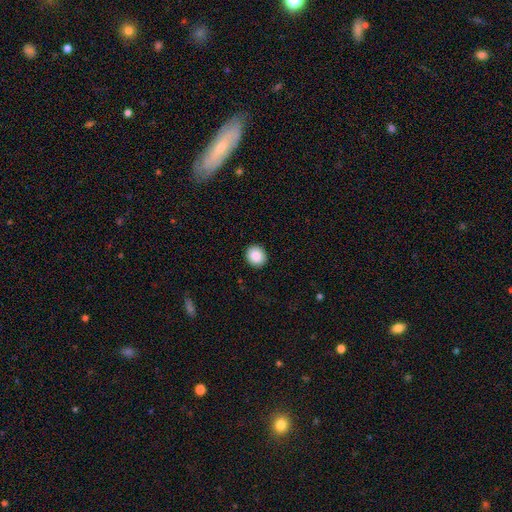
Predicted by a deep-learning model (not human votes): smooth 89%, star or artifact 8%, featured or disk 3%. Down the decision tree: how rounded — round (82%); merging — none (92%).